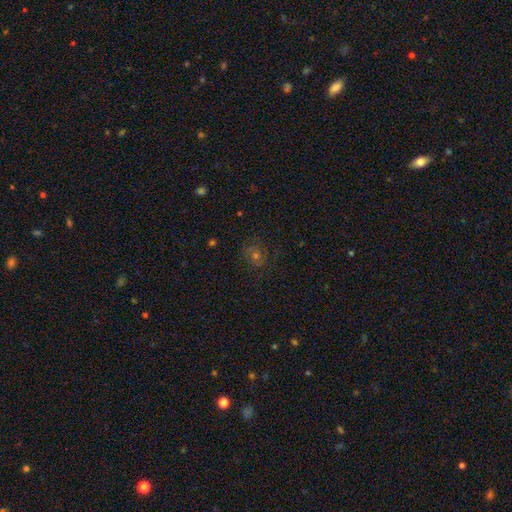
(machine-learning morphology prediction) type=smooth (41%); merging=none (79%).